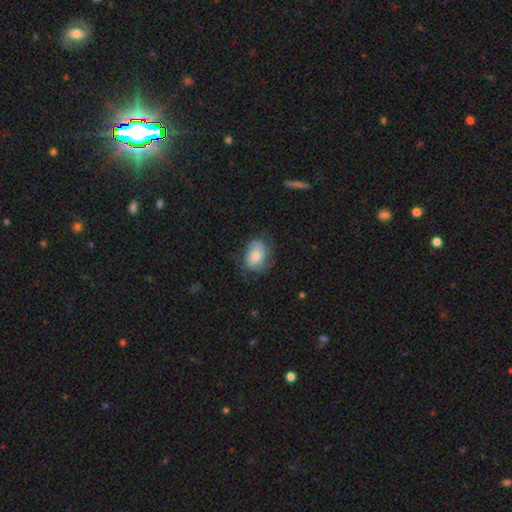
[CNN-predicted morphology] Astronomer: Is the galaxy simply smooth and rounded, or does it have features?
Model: smooth — 58% (runner-up: featured or disk, 34%).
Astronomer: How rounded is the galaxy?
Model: in between — 65%.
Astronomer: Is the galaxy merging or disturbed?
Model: none — 58%.